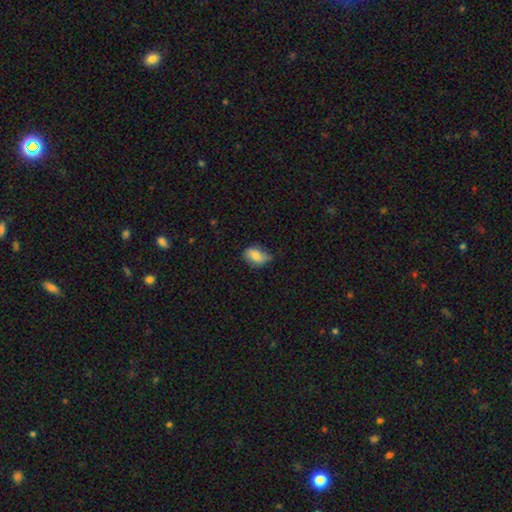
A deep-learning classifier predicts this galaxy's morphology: Smooth or featured? Predicted: smooth (p=0.77). How rounded? Predicted: in between (p=0.83). Merging? Predicted: none (p=0.53).